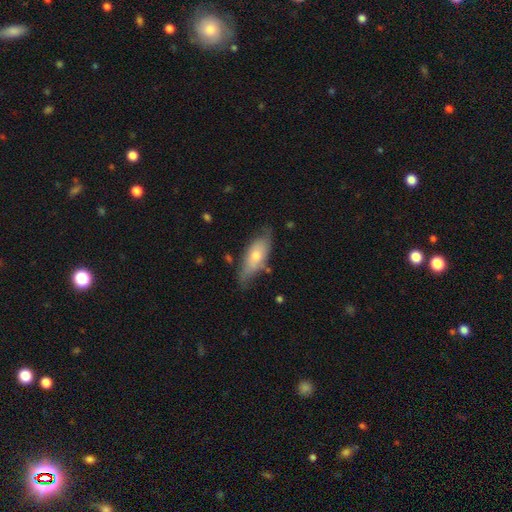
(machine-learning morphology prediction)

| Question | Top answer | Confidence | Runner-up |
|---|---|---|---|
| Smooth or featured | smooth | 55% | featured or disk (38%) |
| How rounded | in between | 66% | cigar-shaped (31%) |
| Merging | none | 64% | minor disturbance (26%) |